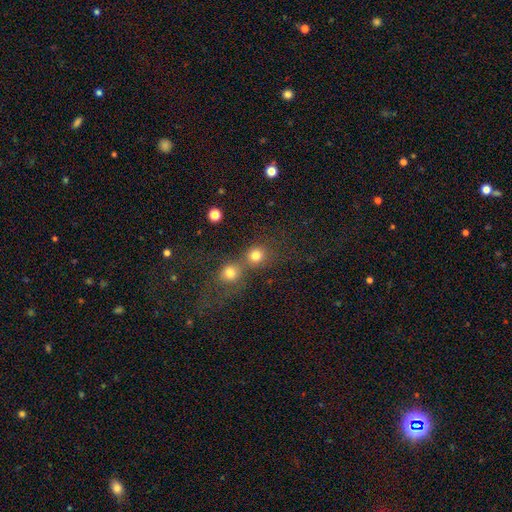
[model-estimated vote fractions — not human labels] smooth_or_featured: smooth (p=0.79) [alt: star or artifact p=0.14]
how_rounded: round (p=0.88) [alt: in between p=0.11]
merging: merger (p=0.45) [alt: none p=0.44]